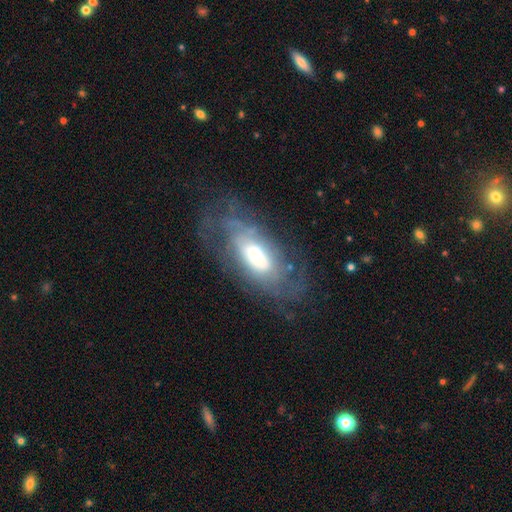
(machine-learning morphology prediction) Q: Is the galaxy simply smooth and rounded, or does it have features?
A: featured or disk — 66%.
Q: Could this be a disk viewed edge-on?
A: no — 88%.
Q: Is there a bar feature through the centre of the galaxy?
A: no — 71%.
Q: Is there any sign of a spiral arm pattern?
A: yes — 66%.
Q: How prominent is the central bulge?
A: moderate — 41%.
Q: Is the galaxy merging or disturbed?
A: none — 58%.